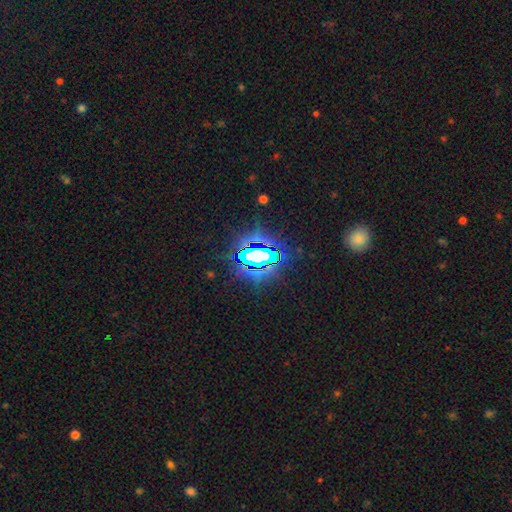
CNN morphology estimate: A star or artifact, not a galaxy (77%).